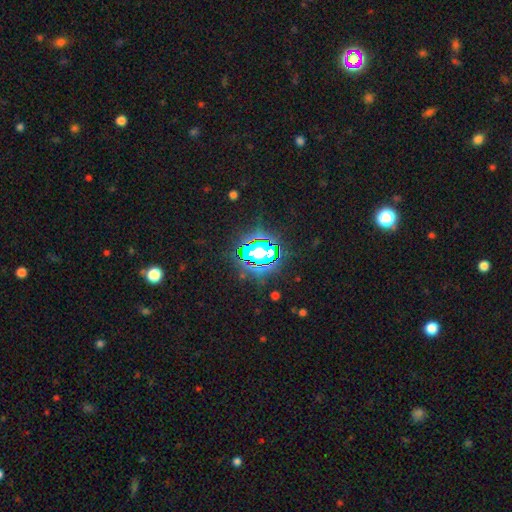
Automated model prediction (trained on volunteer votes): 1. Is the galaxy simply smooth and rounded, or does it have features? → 66% star or artifact, 21% smooth, 13% featured or disk.